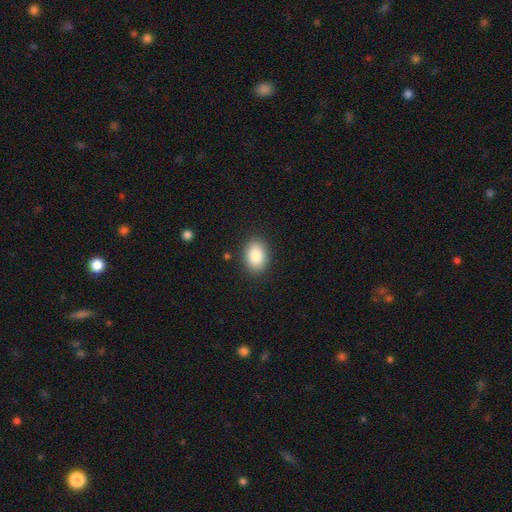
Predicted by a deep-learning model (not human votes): Morphology: type=smooth (84%); roundness=in between (81%); merging=none (88%).